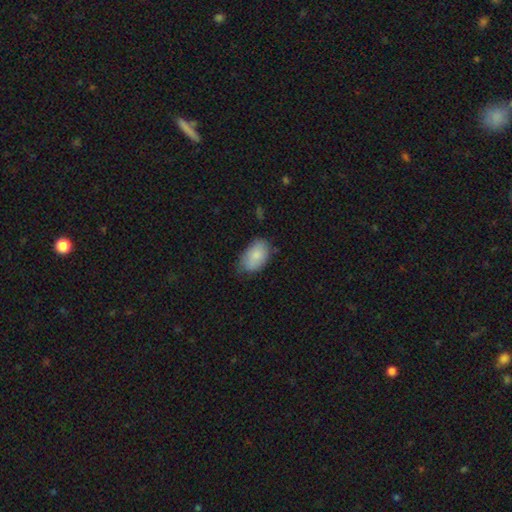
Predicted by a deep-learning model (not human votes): The model was most divided on "merging": none: 61%, minor disturbance: 32%, major disturbance: 6%, merger: 2%. More confident: how rounded — in between (91%); smooth or featured — smooth (83%).